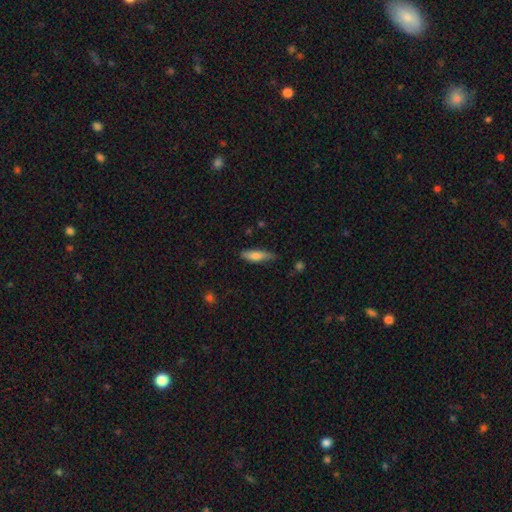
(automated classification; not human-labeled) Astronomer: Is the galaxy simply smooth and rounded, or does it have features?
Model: smooth — 74%.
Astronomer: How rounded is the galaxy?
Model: cigar-shaped — 57% (runner-up: in between, 41%).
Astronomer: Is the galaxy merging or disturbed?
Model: none — 75%.